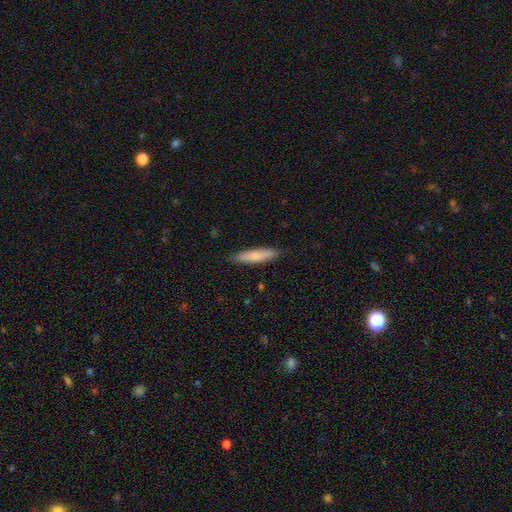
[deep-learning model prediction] This is likely a smooth galaxy (71%). How rounded: likely cigar-shaped (76%). Merging: clearly none (87%).